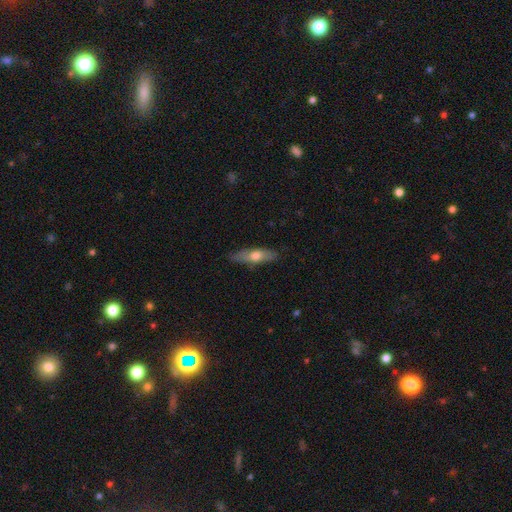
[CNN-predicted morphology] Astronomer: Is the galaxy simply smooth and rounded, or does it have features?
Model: smooth — 59% (runner-up: featured or disk, 36%).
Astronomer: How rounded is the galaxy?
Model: cigar-shaped — 55% (runner-up: in between, 42%).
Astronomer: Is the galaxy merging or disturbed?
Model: none — 80%.